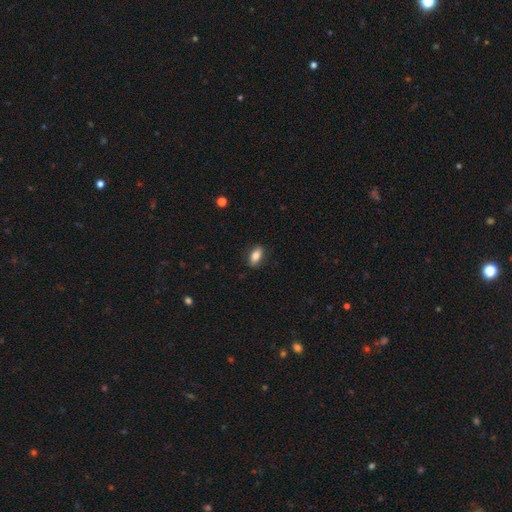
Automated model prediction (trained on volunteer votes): smooth-or-featured: smooth: 79% | featured or disk: 14% | star or artifact: 7%
  how-rounded: in between: 87% | cigar-shaped: 8% | round: 5%
  merging: none: 85% | minor disturbance: 11% | major disturbance: 2% | merger: 1%